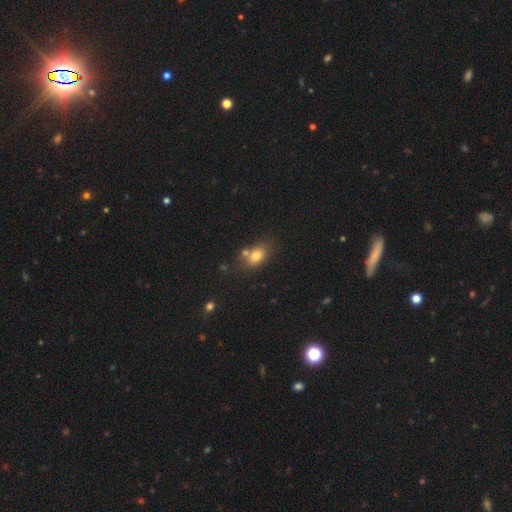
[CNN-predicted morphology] type=smooth (77%); roundness=in between (78%); merging=none (60%).